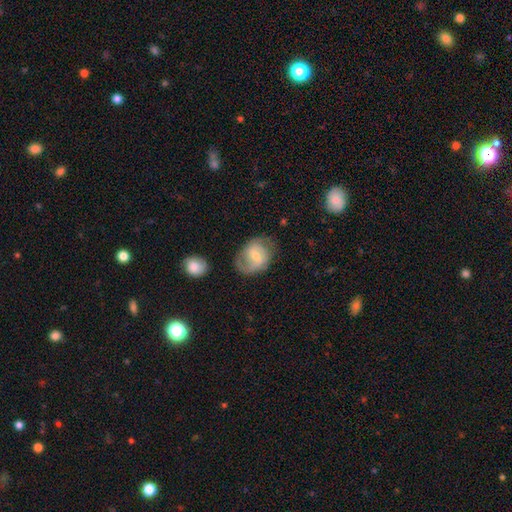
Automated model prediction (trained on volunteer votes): smooth-or-featured: featured or disk: 63% | smooth: 30% | star or artifact: 6%
  disk-edge-on: no: 97% | yes: 3%
    bar: weak: 54% | no: 31% | strong: 16%
    has-spiral-arms: yes: 85% | no: 15%
      spiral-winding: medium: 48% | tight: 26% | loose: 25%
      spiral-arm-count: 2: 75% | can't tell: 12% | 1: 10% | 3: 2% | 4: 1% | more than 4: 1%
    bulge-size: moderate: 54% | small: 41% | large: 3% | none: 2% | dominant: 1%
  merging: none: 63% | minor disturbance: 24% | major disturbance: 11% | merger: 2%